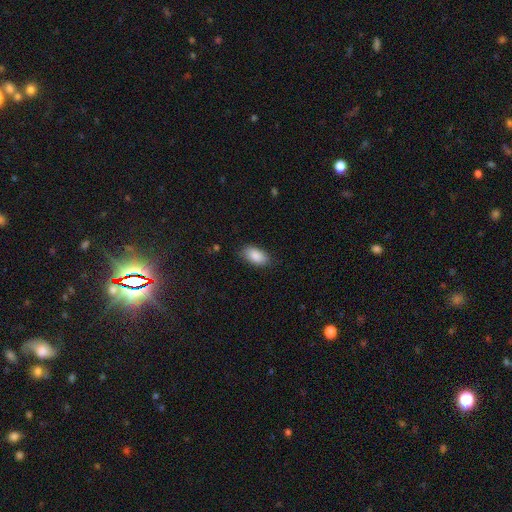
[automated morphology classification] smooth 88%, star or artifact 7%, featured or disk 5%. Down the decision tree: how rounded — in between (93%); merging — none (80%).